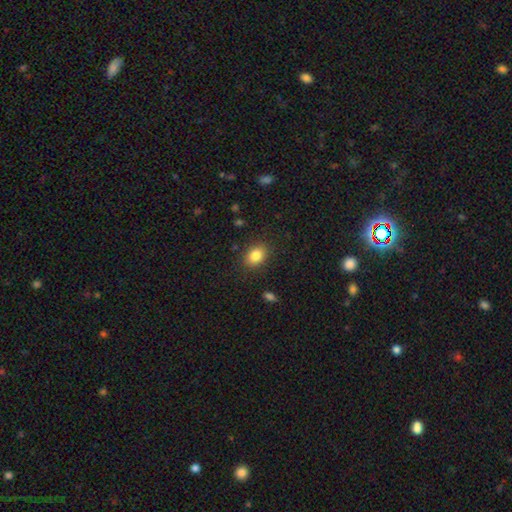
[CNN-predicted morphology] This is clearly a smooth galaxy (84%). How rounded: likely in between (65%). Merging: clearly none (86%).